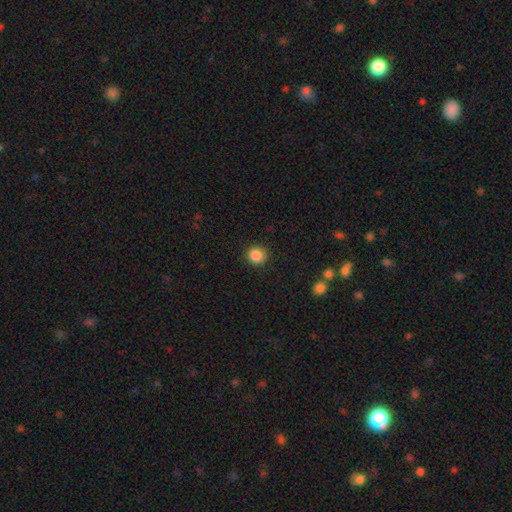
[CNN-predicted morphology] Smooth or featured: smooth — 86% (star or artifact — 10%)
How rounded: round — 92% (in between — 7%)
Merging: none — 91% (minor disturbance — 6%)